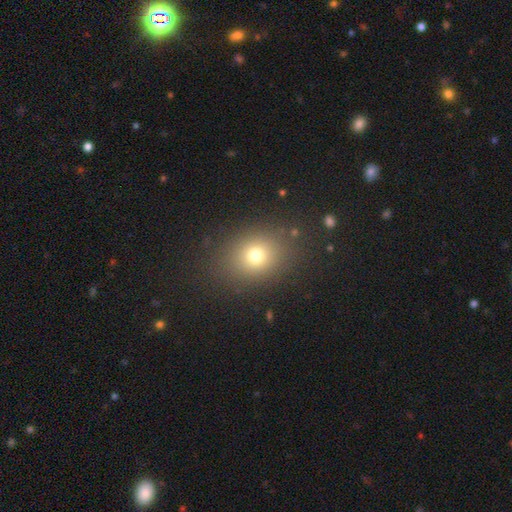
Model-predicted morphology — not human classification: This appears to be a smooth galaxy with no disk features (73%) that is round (56%). Merging: none (84%).